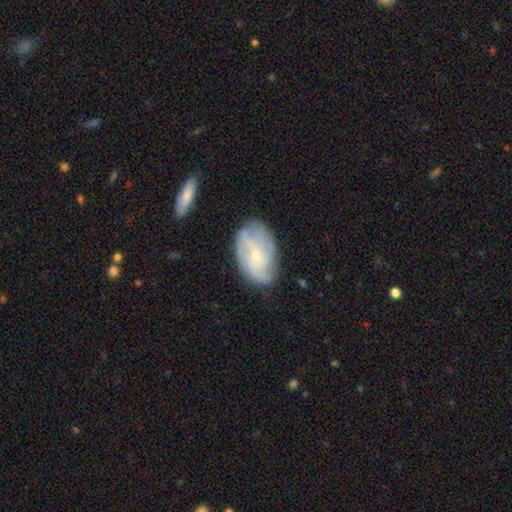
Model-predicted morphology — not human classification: This appears to be a featured or disk galaxy (72%) with no bar (69%), tight (46%) spiral arms (91%) and a small central bulge (70%). Merging: none (71%).